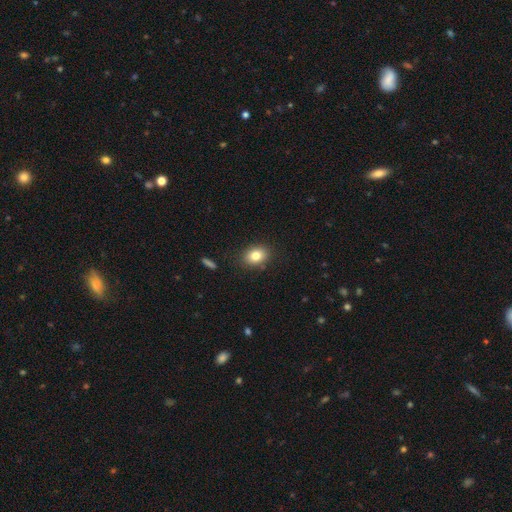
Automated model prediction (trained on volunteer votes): A smooth galaxy with no disk features (82%) that is in between round and cigar-shaped (66%).

Vote fractions:
- Smooth or featured? smooth: 82% / star or artifact: 10% / featured or disk: 9%
- How rounded? in between: 66% / round: 33% / cigar-shaped: 1%
- Merging? none: 86% / minor disturbance: 9% / major disturbance: 3% / merger: 2%